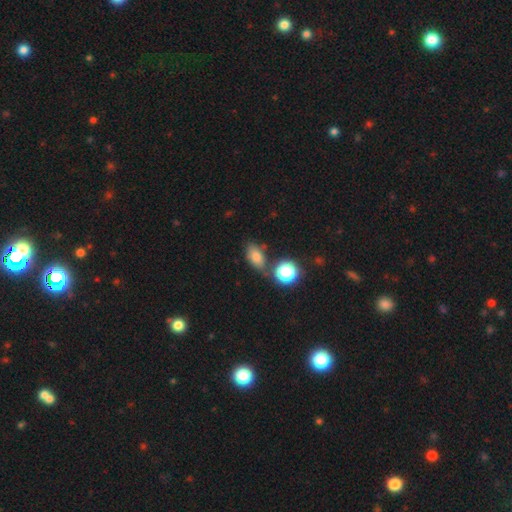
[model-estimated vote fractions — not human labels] smooth_or_featured: smooth (p=0.77) [alt: star or artifact p=0.14]
how_rounded: in between (p=0.81) [alt: round p=0.15]
merging: none (p=0.61) [alt: minor disturbance p=0.17]